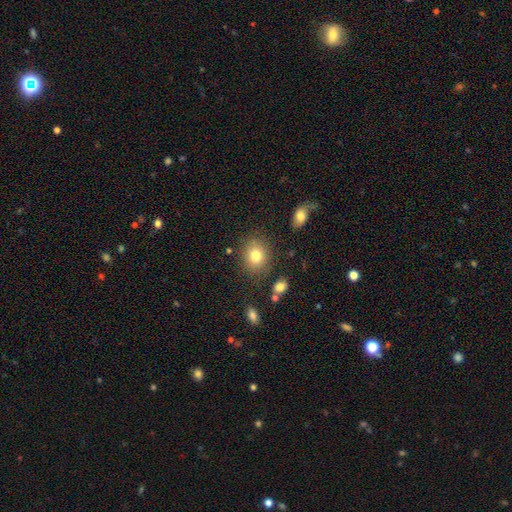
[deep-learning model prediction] A smooth galaxy with no disk features (80%) that is round (62%). Merging: none (83%).